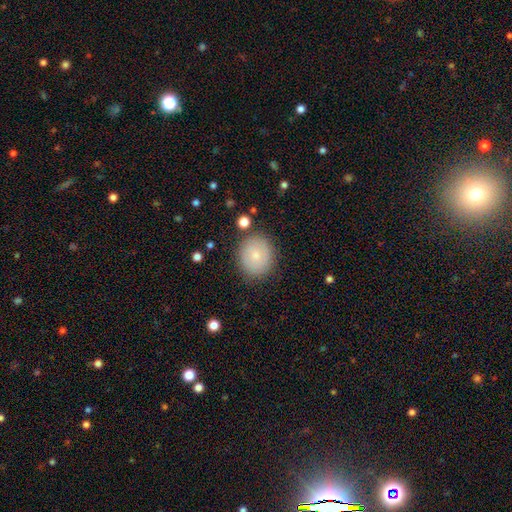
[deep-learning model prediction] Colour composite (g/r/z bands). It shows a smooth galaxy with no disk features (75%) that is round (74%). Merging: none (84%).